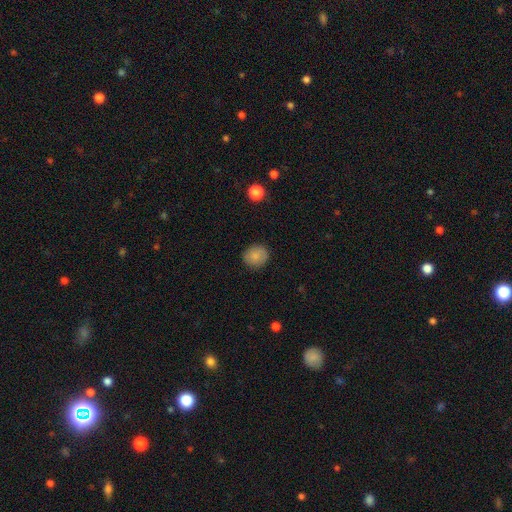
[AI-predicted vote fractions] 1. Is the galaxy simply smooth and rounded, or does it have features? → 84% smooth, 8% star or artifact, 8% featured or disk.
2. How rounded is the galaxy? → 80% round, 19% in between, 1% cigar-shaped.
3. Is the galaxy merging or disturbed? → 87% none, 9% minor disturbance, 2% major disturbance, 1% merger.